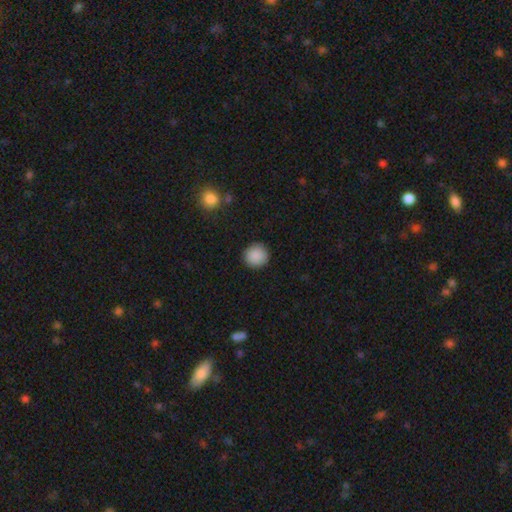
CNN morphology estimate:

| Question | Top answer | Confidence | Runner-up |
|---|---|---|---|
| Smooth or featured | smooth | 89% | star or artifact (8%) |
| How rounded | round | 94% | in between (5%) |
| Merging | none | 92% | minor disturbance (5%) |